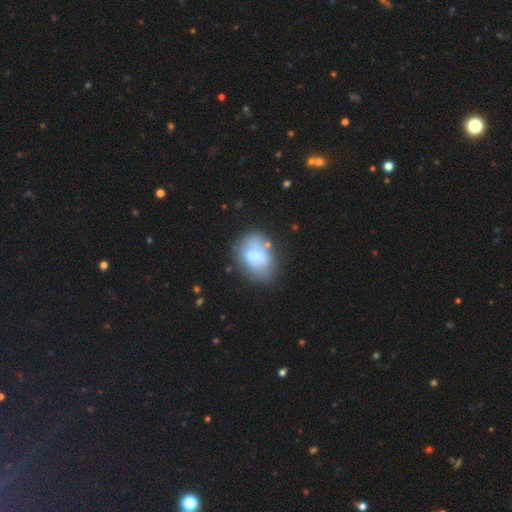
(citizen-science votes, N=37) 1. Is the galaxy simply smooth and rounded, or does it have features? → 81% smooth, 16% featured or disk, 3% star or artifact.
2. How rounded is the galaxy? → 63% in between, 37% round, 0% cigar-shaped.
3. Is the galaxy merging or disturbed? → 50% none, 33% minor disturbance, 11% major disturbance, 6% merger.